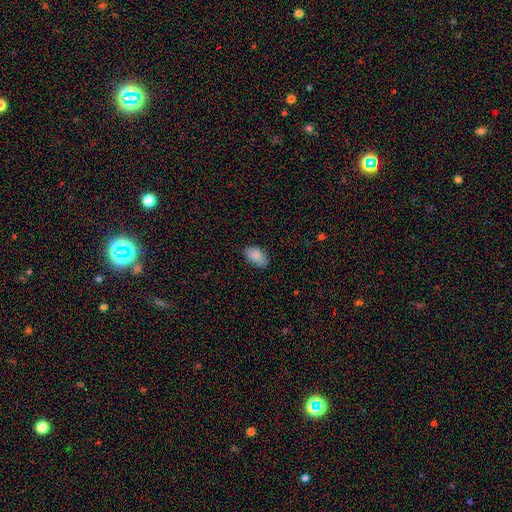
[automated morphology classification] type=smooth (87%); roundness=in between (93%); merging=none (82%).